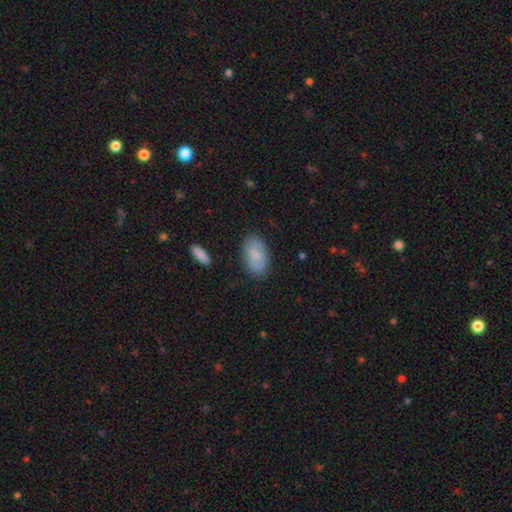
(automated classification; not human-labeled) A smooth galaxy with no disk features (82%) that is in between round and cigar-shaped (93%). Merging: none (83%).